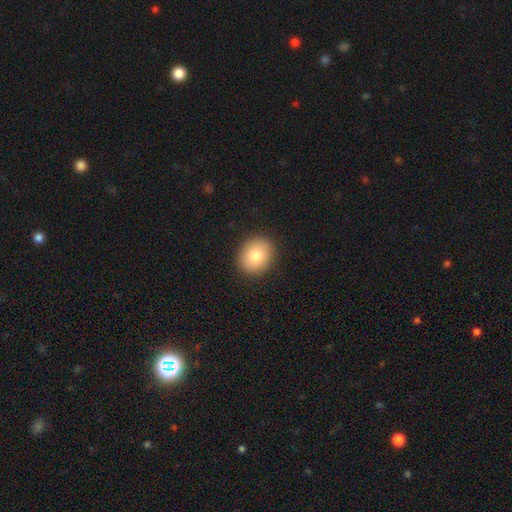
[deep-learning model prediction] smooth-or-featured: smooth: 84% | featured or disk: 8% | star or artifact: 8%
  how-rounded: round: 60% | in between: 39% | cigar-shaped: 1%
  merging: none: 90% | minor disturbance: 7% | major disturbance: 2% | merger: 1%